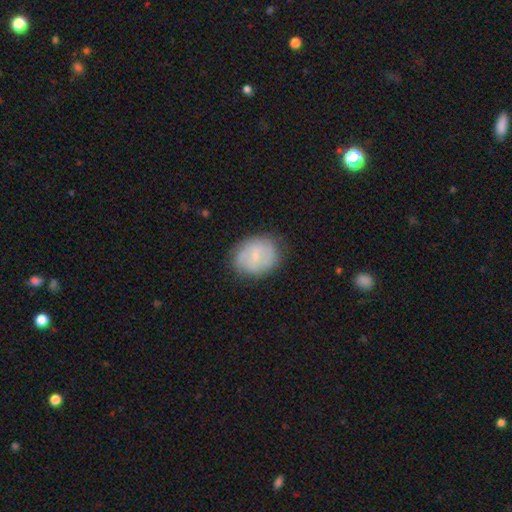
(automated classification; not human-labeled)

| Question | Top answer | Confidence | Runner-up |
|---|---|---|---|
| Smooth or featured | smooth | 57% | featured or disk (35%) |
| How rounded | round | 53% | in between (46%) |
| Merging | none | 74% | minor disturbance (19%) |